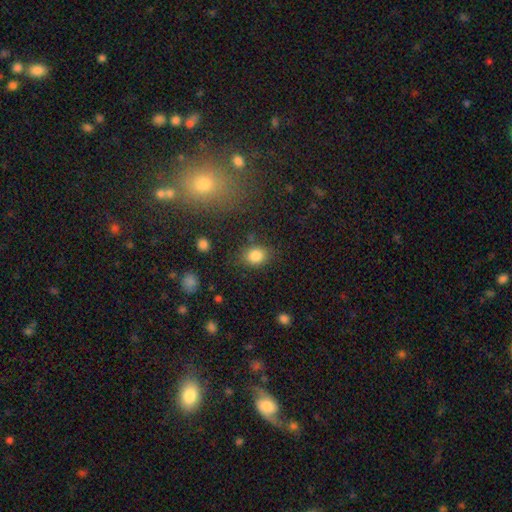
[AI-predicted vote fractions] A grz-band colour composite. It shows a smooth galaxy with no disk features (84%) that is in between round and cigar-shaped (53%). Merging: none (78%).